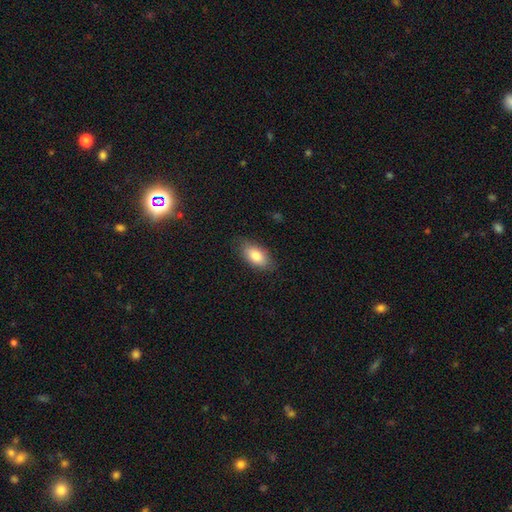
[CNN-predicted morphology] smooth-or-featured: smooth: 82% | featured or disk: 11% | star or artifact: 7%
  how-rounded: in between: 90% | cigar-shaped: 6% | round: 4%
  merging: none: 81% | minor disturbance: 15% | major disturbance: 3% | merger: 1%